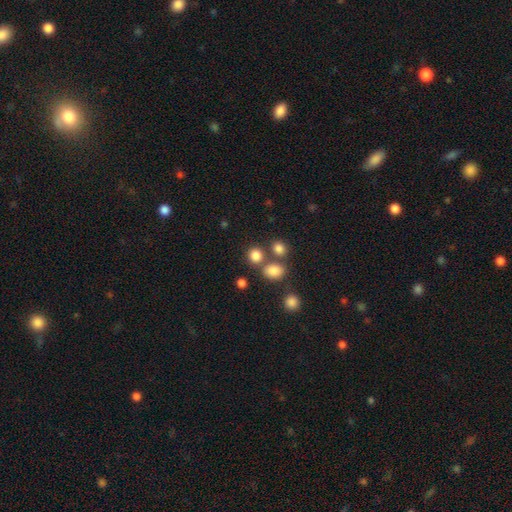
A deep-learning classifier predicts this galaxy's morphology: type=smooth (81%); roundness=round (80%); merging=none (67%).